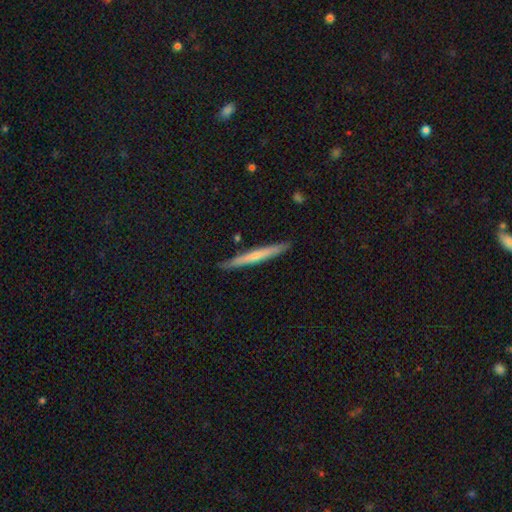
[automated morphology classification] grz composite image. It shows a smooth galaxy with no disk features (48%). Merging: none (88%).